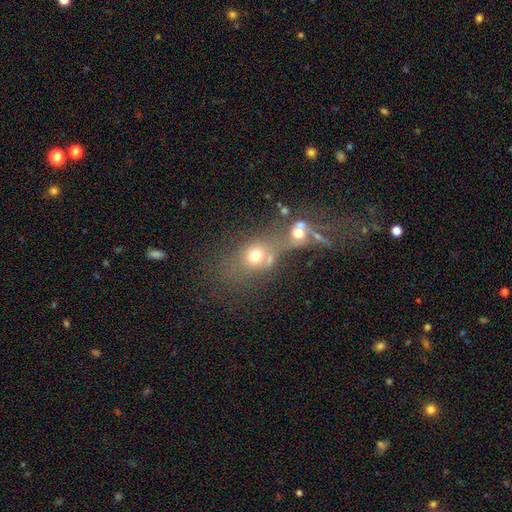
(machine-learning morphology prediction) This is likely a smooth galaxy (65%). How rounded: likely round (64%). Merging: possibly merger (57%).